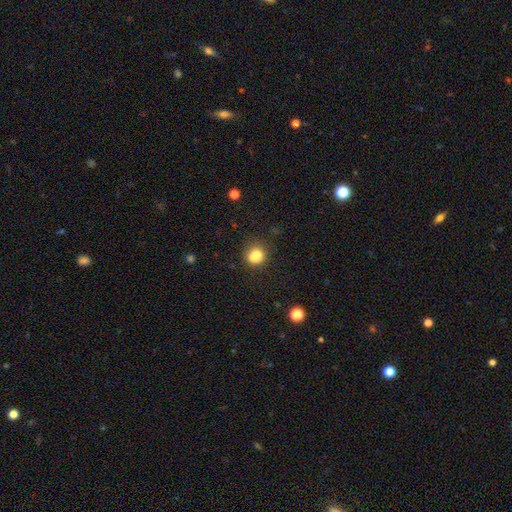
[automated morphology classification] A smooth galaxy with no disk features (79%) that is round (73%). Merging: none (56%).